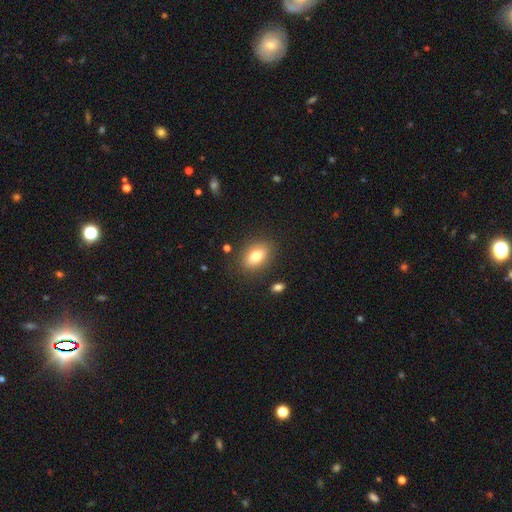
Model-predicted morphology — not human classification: Q: Smooth or featured?
A: smooth (74%); runner-up: featured or disk (17%)
Q: How rounded?
A: in between (78%); runner-up: round (19%)
Q: Merging?
A: none (85%); runner-up: minor disturbance (10%)